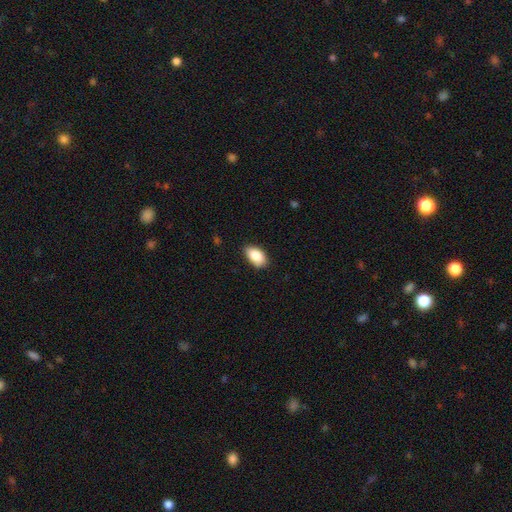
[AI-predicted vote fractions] This appears to be a smooth galaxy with no disk features (86%) that is in between round and cigar-shaped (92%). Merging: none (80%).